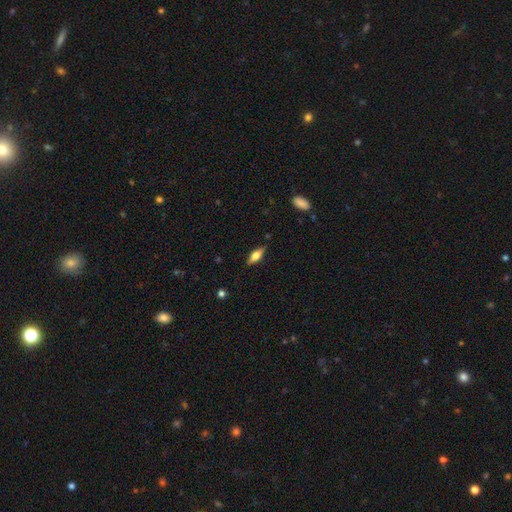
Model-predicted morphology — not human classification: Smooth or featured? Predicted: featured or disk (p=0.47). Merging? Predicted: none (p=0.86).